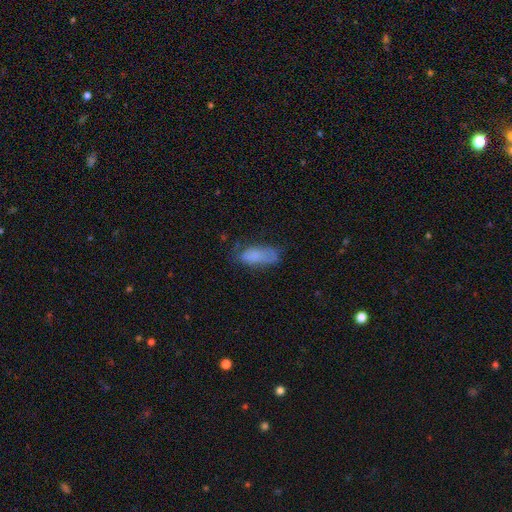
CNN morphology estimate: This is likely a smooth galaxy (78%). How rounded: likely in between (78%). Merging: possibly none (48%).